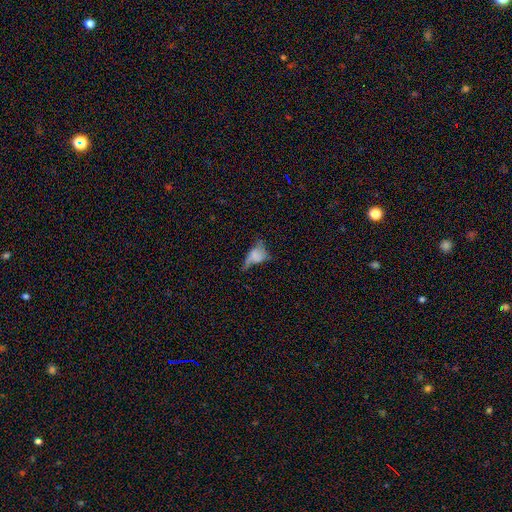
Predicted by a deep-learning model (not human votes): Smooth or featured: smooth — 55% (featured or disk — 31%)
How rounded: in between — 81% (round — 14%)
Merging: major disturbance — 38% (minor disturbance — 25%)